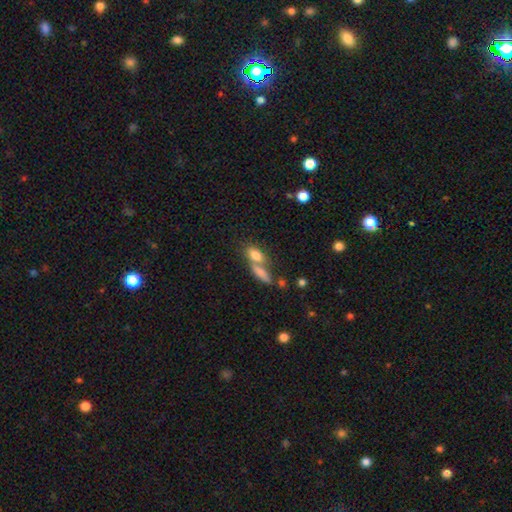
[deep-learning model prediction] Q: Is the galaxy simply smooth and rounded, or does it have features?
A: smooth — 78%.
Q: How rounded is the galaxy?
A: in between — 76%.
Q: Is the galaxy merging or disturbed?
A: merger — 49%.